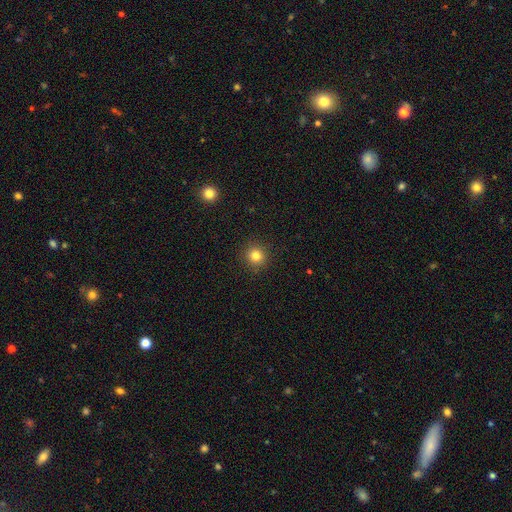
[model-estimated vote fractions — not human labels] smooth 82%, star or artifact 13%, featured or disk 5%. Down the decision tree: how rounded — round (94%); merging — none (92%).